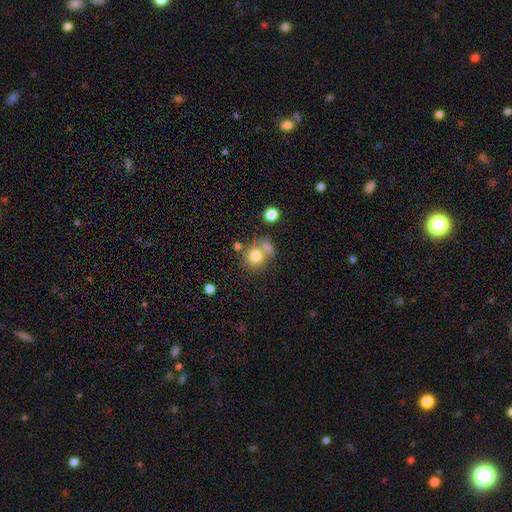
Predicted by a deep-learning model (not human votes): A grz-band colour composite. It shows a smooth galaxy with no disk features (78%) that is round (82%). Merging: none (50%).